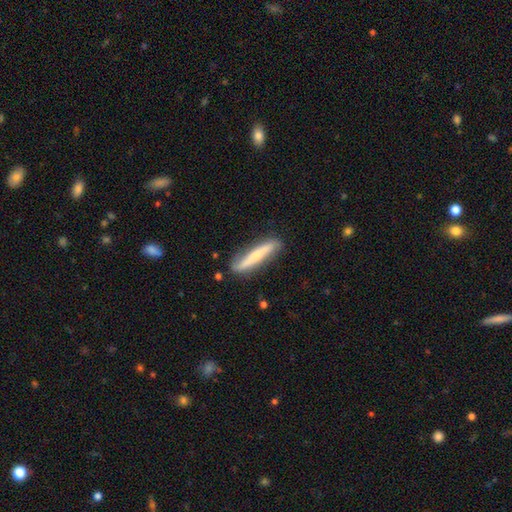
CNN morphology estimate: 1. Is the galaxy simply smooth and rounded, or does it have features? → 50% smooth, 45% featured or disk, 5% star or artifact.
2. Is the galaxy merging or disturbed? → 80% none, 15% minor disturbance, 3% major disturbance, 2% merger.